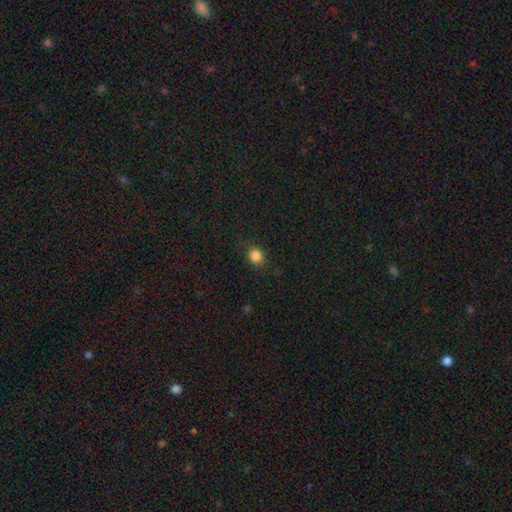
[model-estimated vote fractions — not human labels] Smooth or featured?
  - smooth: 84% *
  - star or artifact: 12%
  - featured or disk: 4%
How rounded?
  - round: 76% *
  - in between: 23%
  - cigar-shaped: 1%
Merging?
  - none: 88% *
  - minor disturbance: 9%
  - major disturbance: 2%
  - merger: 1%